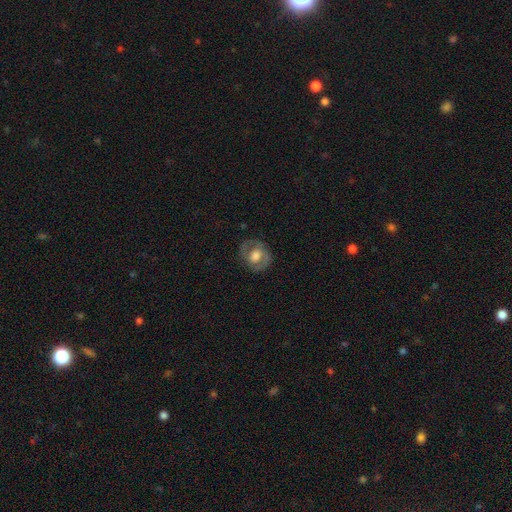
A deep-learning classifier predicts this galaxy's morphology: type=featured or disk (54%); edge-on=no (96%); bar=no (61%); spiral arms=yes (53%); bulge=moderate (43%, tied with large); merging=none (75%).